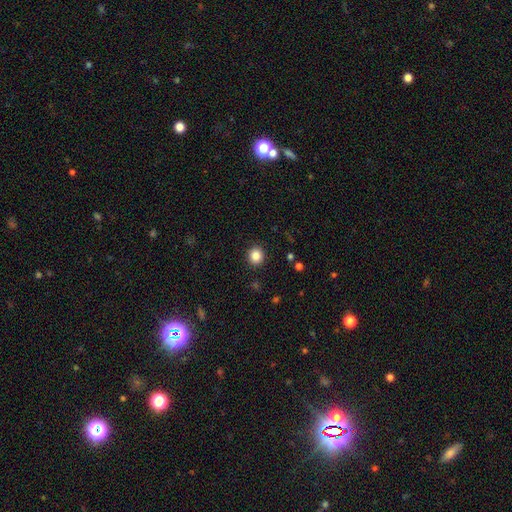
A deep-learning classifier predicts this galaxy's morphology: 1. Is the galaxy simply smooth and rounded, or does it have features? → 85% smooth, 11% star or artifact, 4% featured or disk.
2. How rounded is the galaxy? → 86% round, 13% in between, 1% cigar-shaped.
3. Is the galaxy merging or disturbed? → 91% none, 6% minor disturbance, 2% major disturbance, 1% merger.